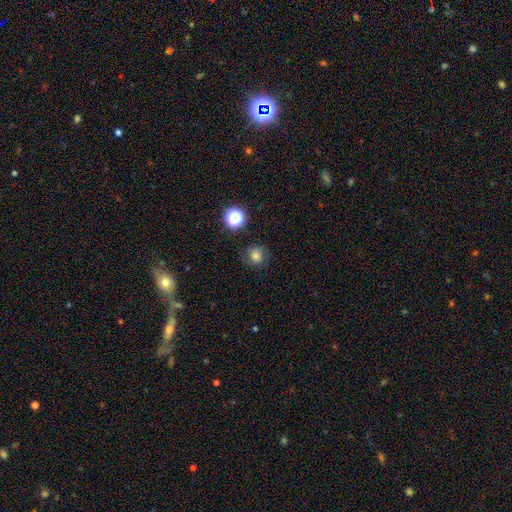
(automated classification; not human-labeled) The model was most divided on "smooth or featured": smooth: 67%, star or artifact: 17%, featured or disk: 16%. More confident: how rounded — round (86%); merging — none (76%).